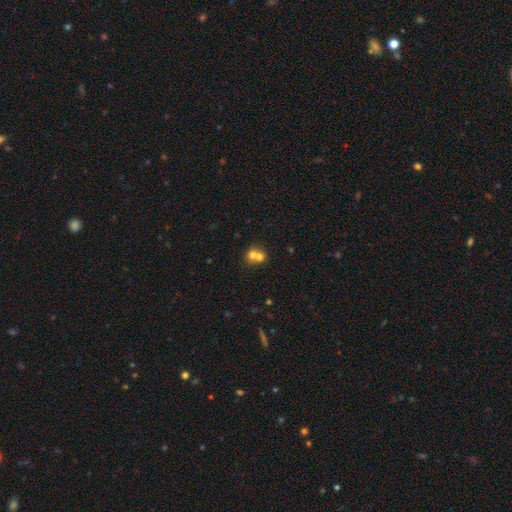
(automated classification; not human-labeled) Overall: smooth (67%). How rounded: round (78%). Merging: merger (64%; none 29%).